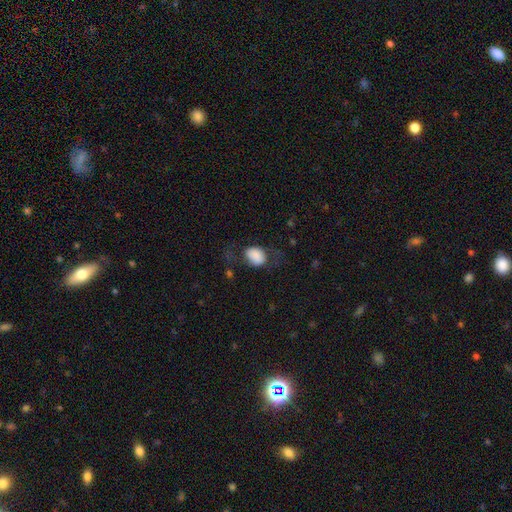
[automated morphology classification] Overall: smooth (80%). How rounded: in between (72%). Merging: none (53%; major disturbance 22%).